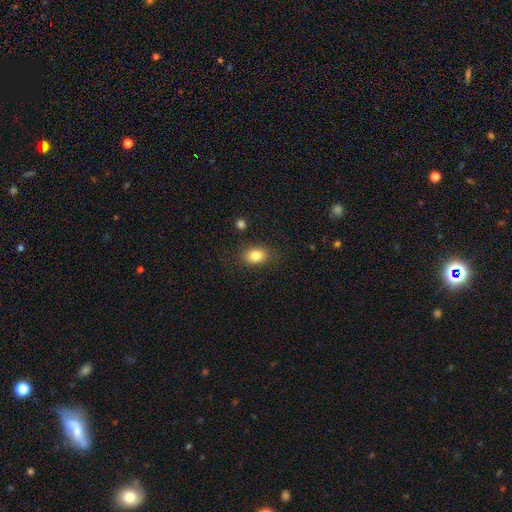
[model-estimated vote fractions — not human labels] smooth-or-featured: smooth: 83% | star or artifact: 9% | featured or disk: 8%
  how-rounded: in between: 72% | round: 27% | cigar-shaped: 1%
  merging: none: 83% | minor disturbance: 11% | major disturbance: 3% | merger: 2%